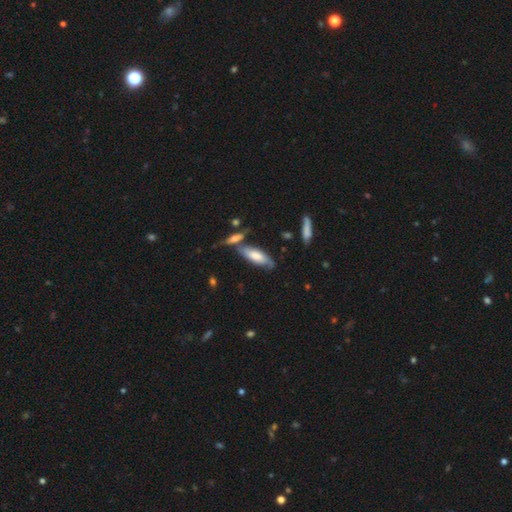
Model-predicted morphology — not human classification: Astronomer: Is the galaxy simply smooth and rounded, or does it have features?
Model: smooth — 52% (runner-up: featured or disk, 41%).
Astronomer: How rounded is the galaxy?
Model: in between — 64%.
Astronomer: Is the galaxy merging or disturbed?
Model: none — 58%.